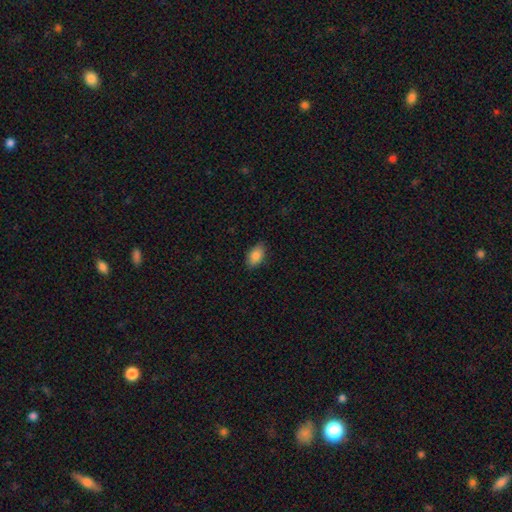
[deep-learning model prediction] A smooth galaxy with no disk features (86%) that is in between round and cigar-shaped (92%).

Vote fractions:
- Smooth or featured? smooth: 86% / star or artifact: 8% / featured or disk: 6%
- How rounded? in between: 92% / round: 6% / cigar-shaped: 2%
- Merging? none: 86% / minor disturbance: 11% / major disturbance: 2% / merger: 1%